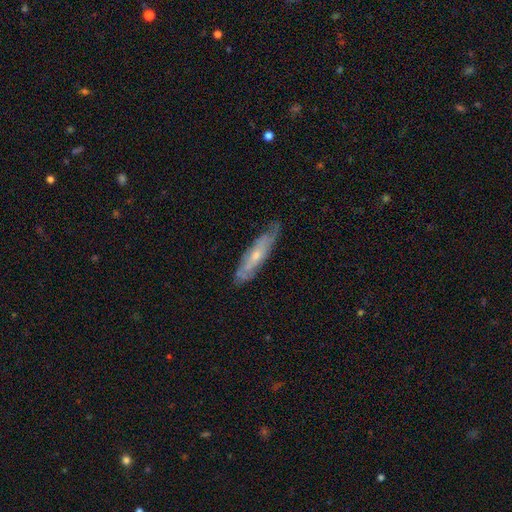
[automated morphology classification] smooth_or_featured: featured or disk (p=0.62) [alt: smooth p=0.31]
disk_edge_on: no (p=0.53) [alt: yes p=0.47]
merging: none (p=0.72) [alt: minor disturbance p=0.22]